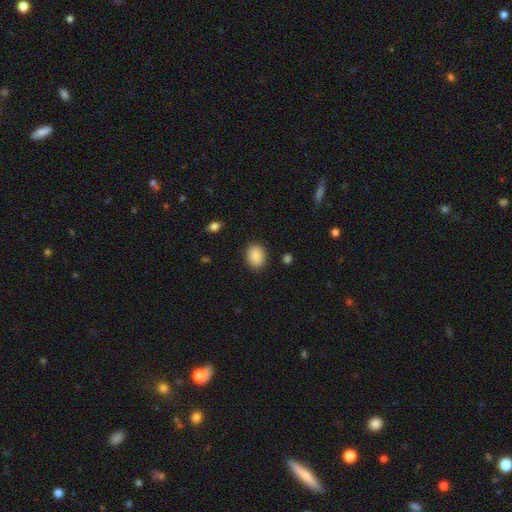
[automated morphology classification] Overall: smooth (89%). How rounded: in between (60%; round 39%). Merging: none (87%).